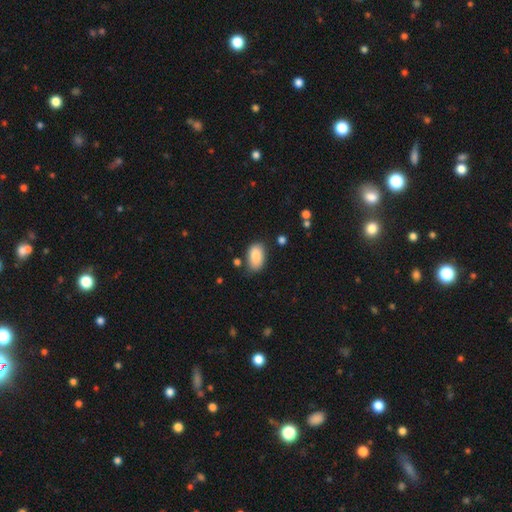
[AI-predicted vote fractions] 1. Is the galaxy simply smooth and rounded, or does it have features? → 87% smooth, 7% star or artifact, 6% featured or disk.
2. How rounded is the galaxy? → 93% in between, 6% round, 1% cigar-shaped.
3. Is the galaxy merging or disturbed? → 76% none, 17% minor disturbance, 4% major disturbance, 3% merger.